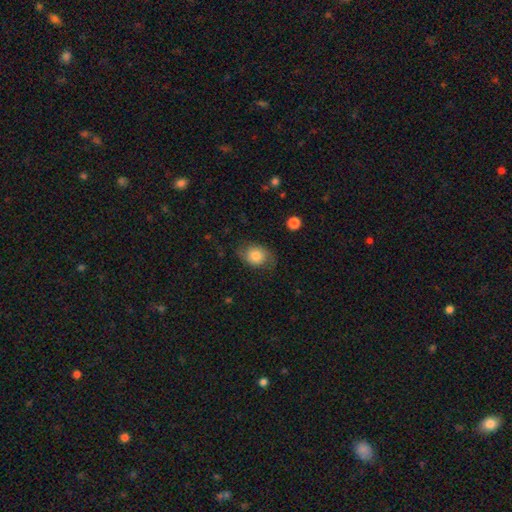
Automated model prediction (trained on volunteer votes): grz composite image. It shows a smooth galaxy with no disk features (66%) that is in between round and cigar-shaped (51%). Merging: none (66%).